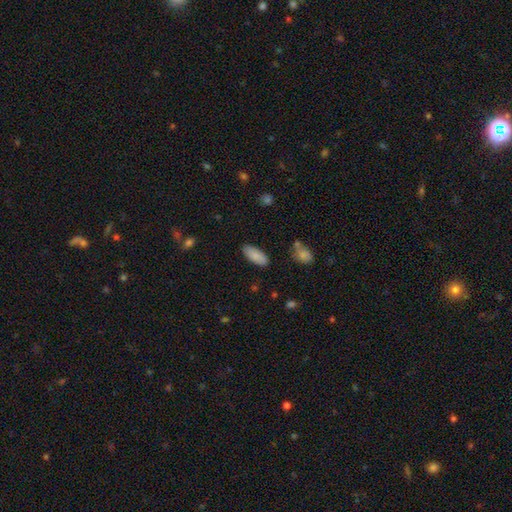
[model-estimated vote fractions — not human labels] The model was most divided on "how rounded": in between: 83%, cigar-shaped: 15%, round: 2%. More confident: smooth or featured — smooth (87%); merging — none (86%).